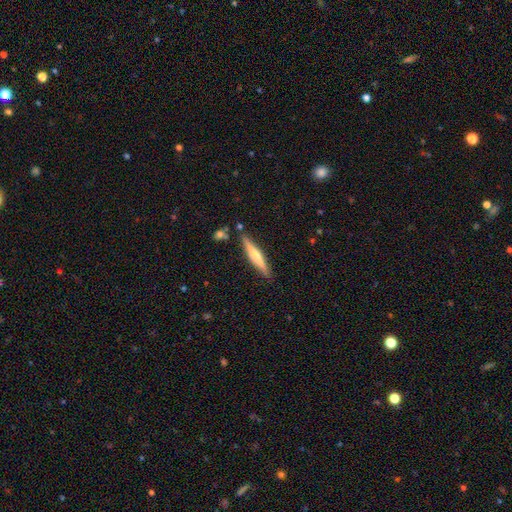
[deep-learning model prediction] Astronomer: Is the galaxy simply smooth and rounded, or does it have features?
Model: featured or disk — 51% (runner-up: smooth, 43%).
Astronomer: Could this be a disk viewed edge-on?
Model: yes — 96%.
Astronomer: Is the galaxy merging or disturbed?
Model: none — 85%.